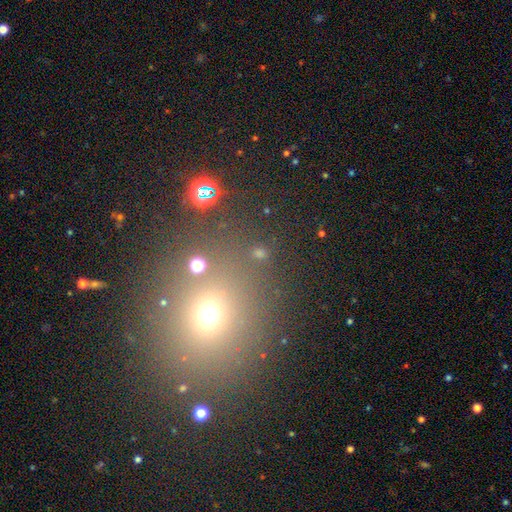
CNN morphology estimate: smooth_or_featured: smooth (p=0.46) [alt: star or artifact p=0.45]
merging: none (p=0.79) [alt: minor disturbance p=0.09]